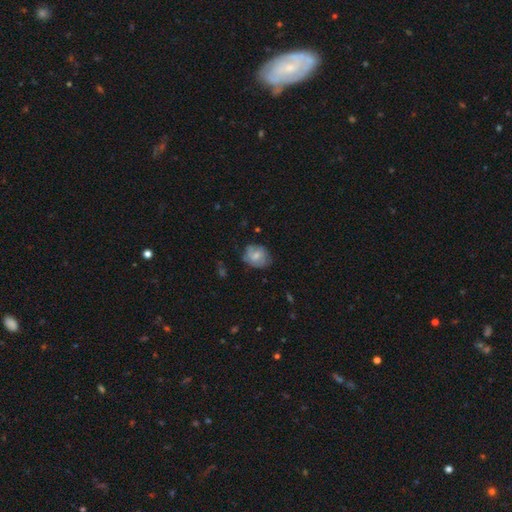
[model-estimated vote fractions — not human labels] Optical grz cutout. It shows a smooth galaxy with no disk features (54%) that is round (54%). Merging: none (65%).